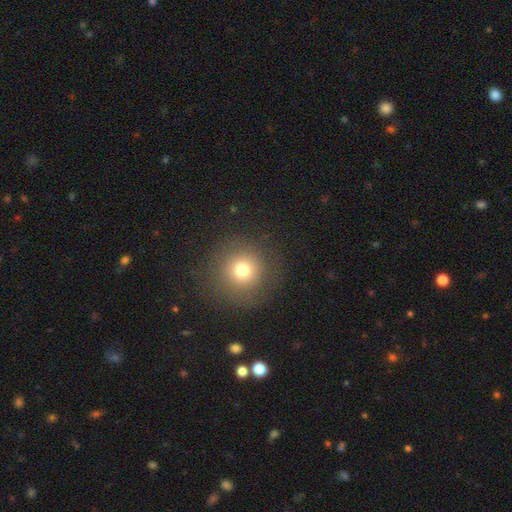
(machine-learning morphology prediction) smooth 66%, star or artifact 24%, featured or disk 10%. Down the decision tree: how rounded — round (95%); merging — none (90%).